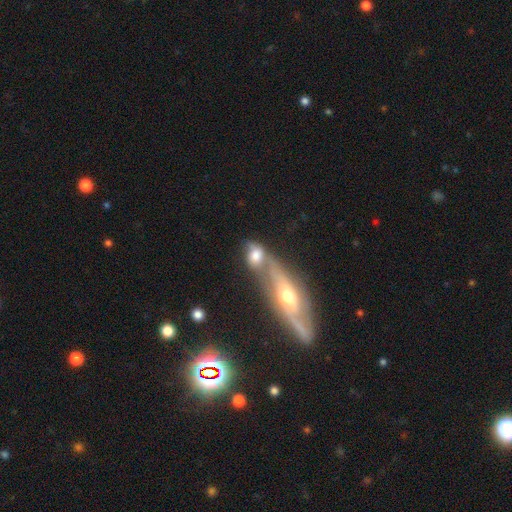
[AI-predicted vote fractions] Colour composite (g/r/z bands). It shows a smooth galaxy with no disk features (58%) that is in between round and cigar-shaped (66%). Merging: merger (58%).